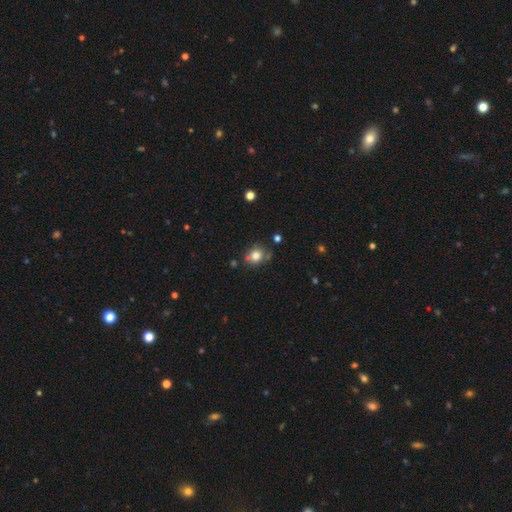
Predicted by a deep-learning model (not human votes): Smooth or featured?
  - smooth: 77% *
  - star or artifact: 12%
  - featured or disk: 11%
How rounded?
  - round: 70% *
  - in between: 29%
  - cigar-shaped: 1%
Merging?
  - none: 66% *
  - minor disturbance: 18%
  - merger: 11%
  - major disturbance: 5%